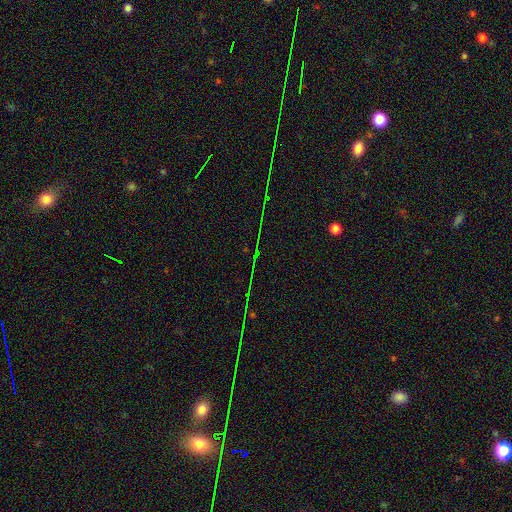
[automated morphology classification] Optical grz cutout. It shows a star or artifact, not a galaxy (78%).